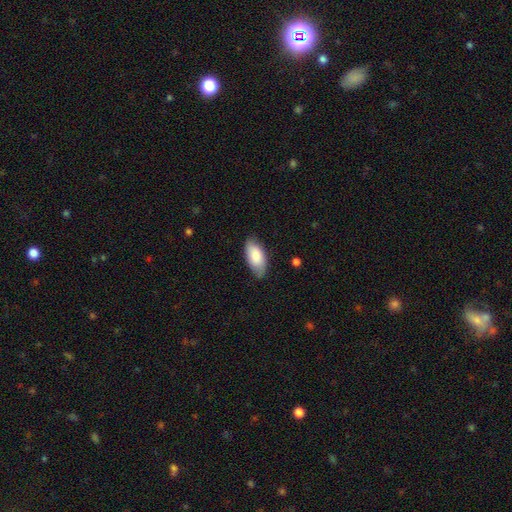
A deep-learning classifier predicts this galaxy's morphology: Smooth or featured: smooth — 79% (featured or disk — 15%)
How rounded: in between — 93% (cigar-shaped — 5%)
Merging: none — 75% (minor disturbance — 20%)